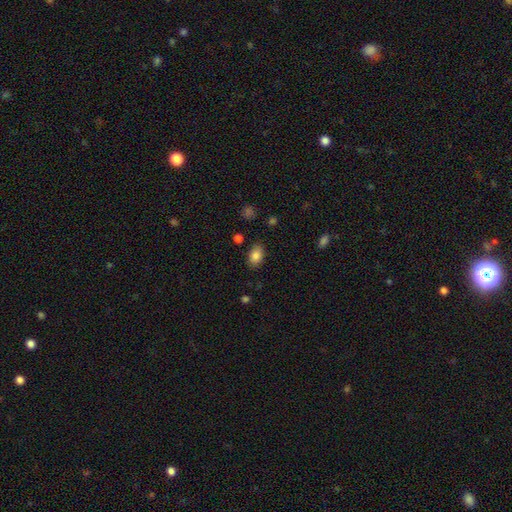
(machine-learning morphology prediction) type=smooth (84%); roundness=in between (82%); merging=none (84%).